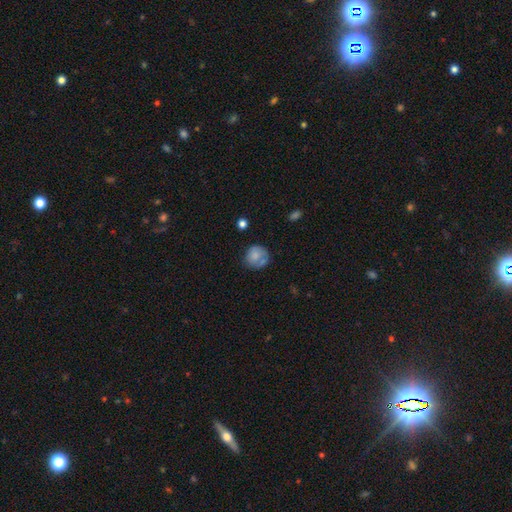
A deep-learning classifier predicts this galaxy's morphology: A smooth galaxy with no disk features (72%) that is round (82%).

Vote fractions:
- Smooth or featured? smooth: 72% / featured or disk: 20% / star or artifact: 9%
- How rounded? round: 82% / in between: 17% / cigar-shaped: 1%
- Merging? none: 57% / minor disturbance: 25% / major disturbance: 11% / merger: 8%